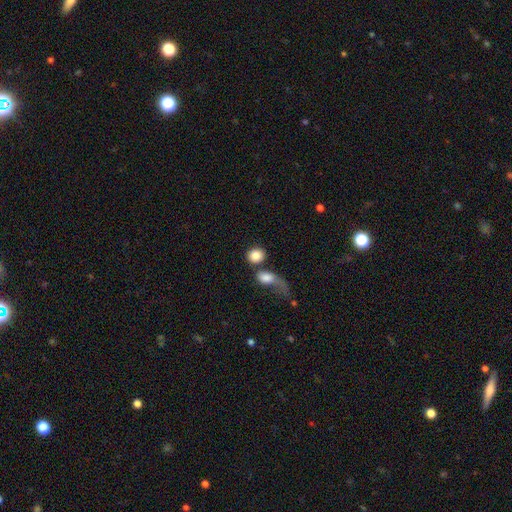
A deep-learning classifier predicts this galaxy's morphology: Smooth or featured? smooth (84%)
How rounded? round (68%)
Merging? none (48%)